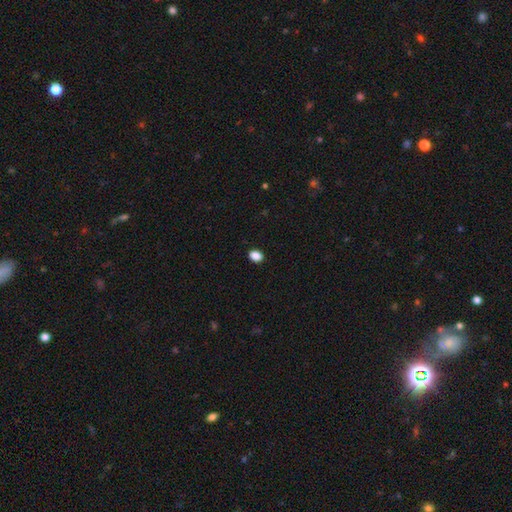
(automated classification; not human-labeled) A smooth galaxy with no disk features (87%) that is in between round and cigar-shaped (63%).

Vote fractions:
- Smooth or featured? smooth: 87% / star or artifact: 10% / featured or disk: 3%
- How rounded? in between: 63% / round: 35% / cigar-shaped: 1%
- Merging? none: 90% / minor disturbance: 7% / major disturbance: 2% / merger: 1%